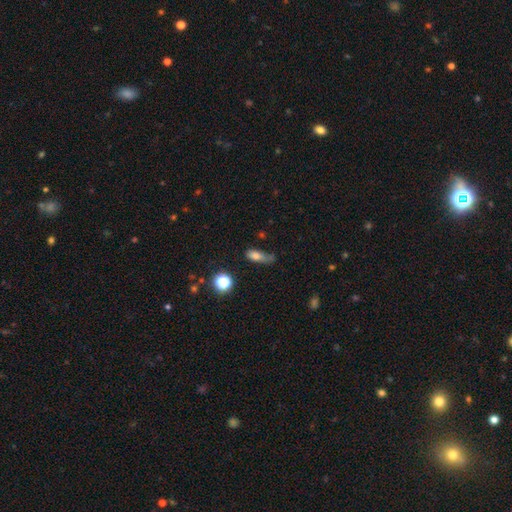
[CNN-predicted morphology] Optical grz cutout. It shows a smooth galaxy with no disk features (72%) that is in between round and cigar-shaped (66%). Merging: minor disturbance (34%, tied with none).